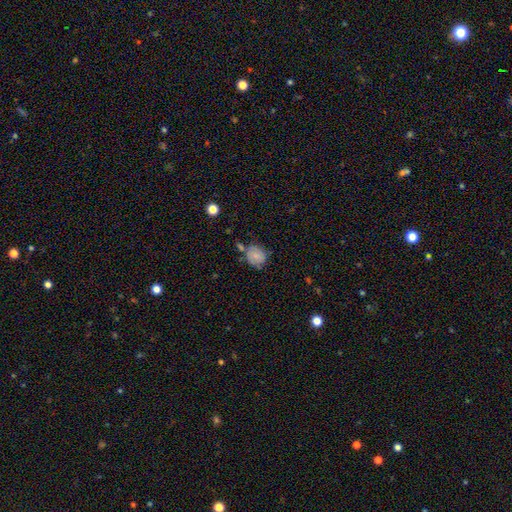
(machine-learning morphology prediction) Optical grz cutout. It shows a smooth galaxy with no disk features (75%) that is round (72%). Merging: none (60%).